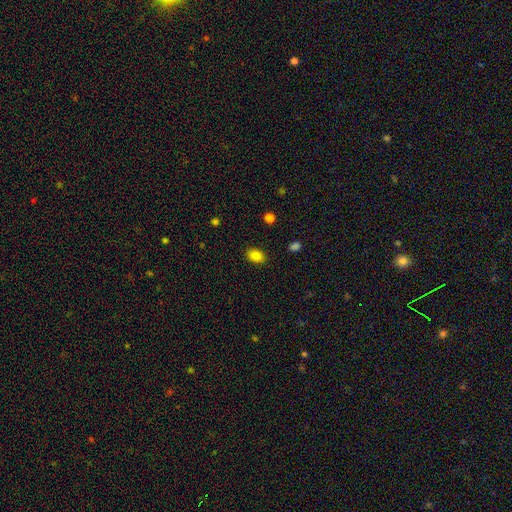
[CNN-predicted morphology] This is clearly a smooth galaxy (84%). How rounded: likely in between (77%). Merging: clearly none (88%).